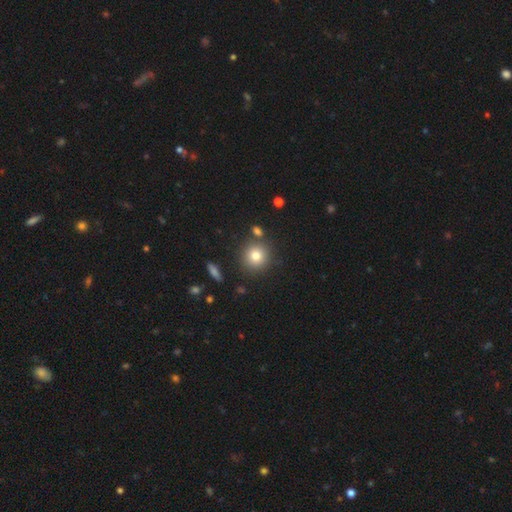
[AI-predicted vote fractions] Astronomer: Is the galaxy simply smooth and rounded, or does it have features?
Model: smooth — 79%.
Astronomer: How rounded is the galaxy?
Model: round — 91%.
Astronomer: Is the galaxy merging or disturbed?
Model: none — 81%.